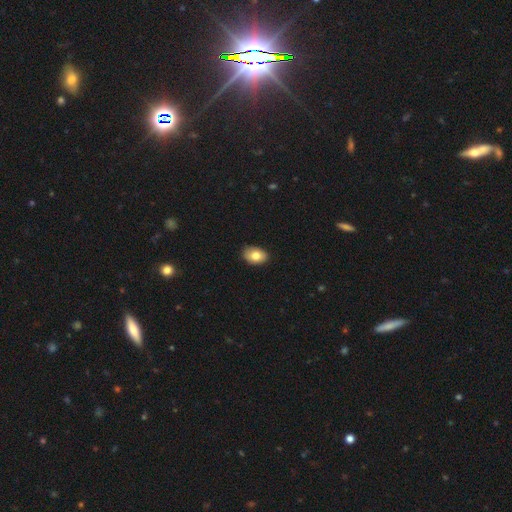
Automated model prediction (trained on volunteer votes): smooth 81%, featured or disk 11%, star or artifact 8%. Down the decision tree: how rounded — in between (87%); merging — none (86%).